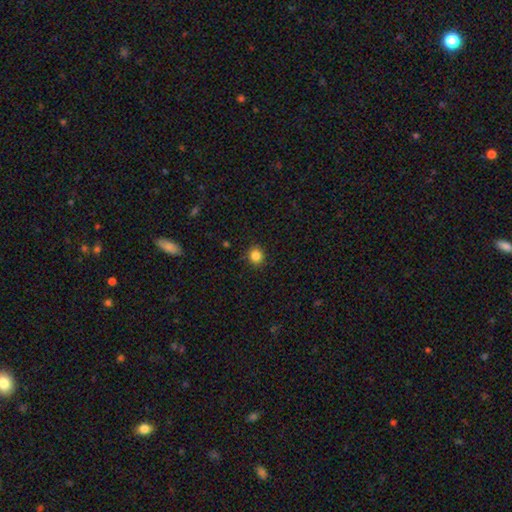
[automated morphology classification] The model was most divided on "smooth or featured": smooth: 85%, star or artifact: 11%, featured or disk: 4%. More confident: merging — none (90%); how rounded — round (89%).